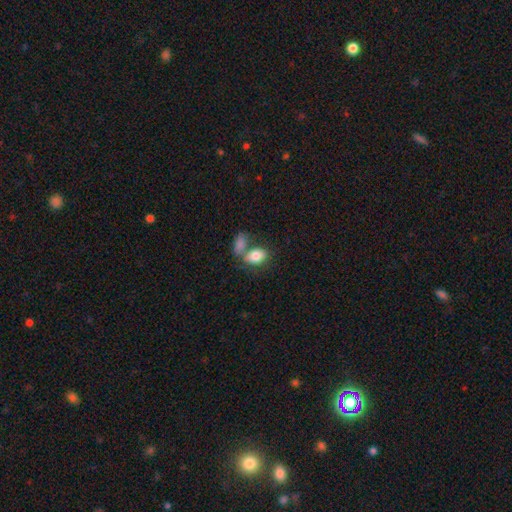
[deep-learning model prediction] Smooth or featured? smooth (82%)
How rounded? in between (82%)
Merging? merger (44%)